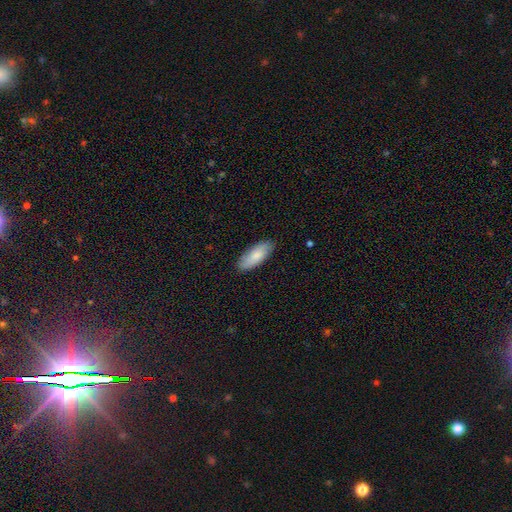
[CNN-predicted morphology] A smooth galaxy with no disk features (82%) that is in between round and cigar-shaped (78%).

Vote fractions:
- Smooth or featured? smooth: 82% / featured or disk: 12% / star or artifact: 5%
- How rounded? in between: 78% / cigar-shaped: 20% / round: 2%
- Merging? none: 86% / minor disturbance: 11% / major disturbance: 2% / merger: 1%